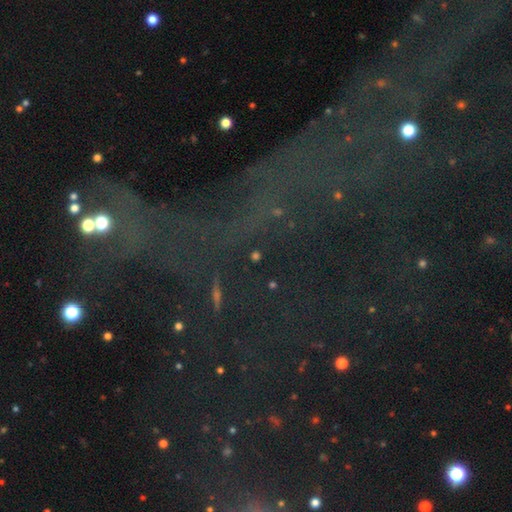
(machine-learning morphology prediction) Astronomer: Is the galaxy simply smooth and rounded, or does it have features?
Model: star or artifact — 61%.